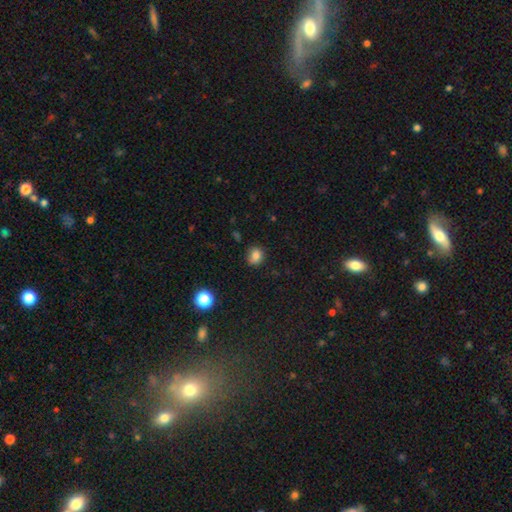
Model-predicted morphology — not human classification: smooth 82%, star or artifact 13%, featured or disk 6%. Down the decision tree: how rounded — round (69%); merging — none (77%).